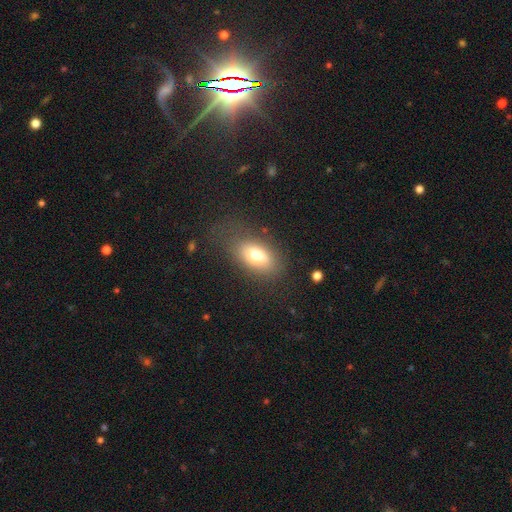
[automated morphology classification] Smooth or featured? smooth (73%)
How rounded? in between (88%)
Merging? none (66%)